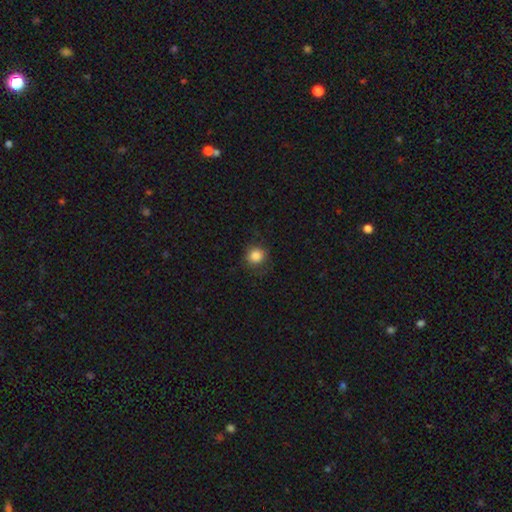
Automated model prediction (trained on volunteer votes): This is clearly a smooth galaxy (85%). How rounded: clearly round (90%). Merging: clearly none (83%).